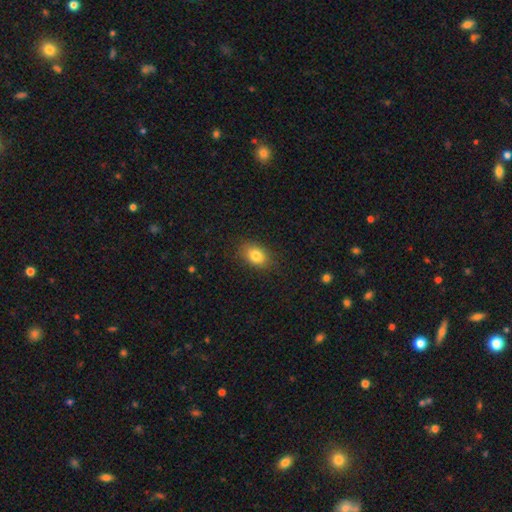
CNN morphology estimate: smooth 82%, star or artifact 10%, featured or disk 8%. Down the decision tree: how rounded — in between (75%); merging — none (84%).